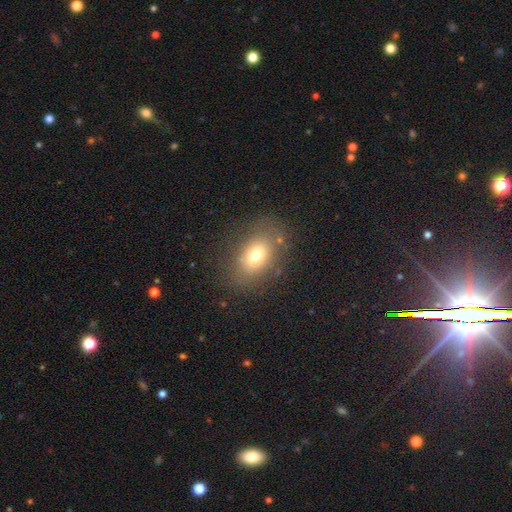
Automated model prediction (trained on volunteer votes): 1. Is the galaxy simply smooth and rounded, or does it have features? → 71% smooth, 16% featured or disk, 13% star or artifact.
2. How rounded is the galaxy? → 76% in between, 22% round, 2% cigar-shaped.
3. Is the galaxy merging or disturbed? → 77% none, 14% minor disturbance, 7% major disturbance, 2% merger.